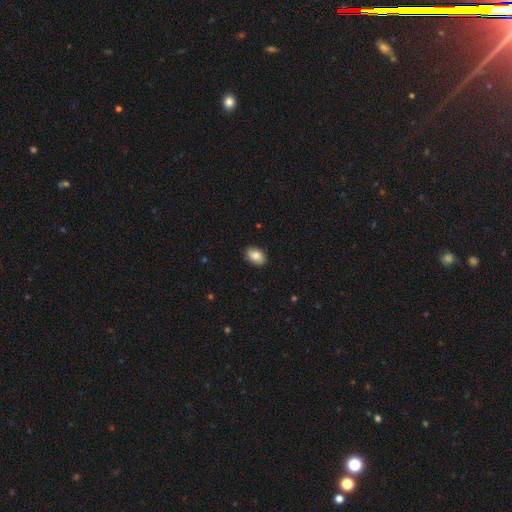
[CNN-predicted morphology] A smooth galaxy with no disk features (82%) that is in between round and cigar-shaped (85%).

Vote fractions:
- Smooth or featured? smooth: 82% / featured or disk: 10% / star or artifact: 7%
- How rounded? in between: 85% / round: 14% / cigar-shaped: 1%
- Merging? none: 85% / minor disturbance: 12% / major disturbance: 2% / merger: 1%